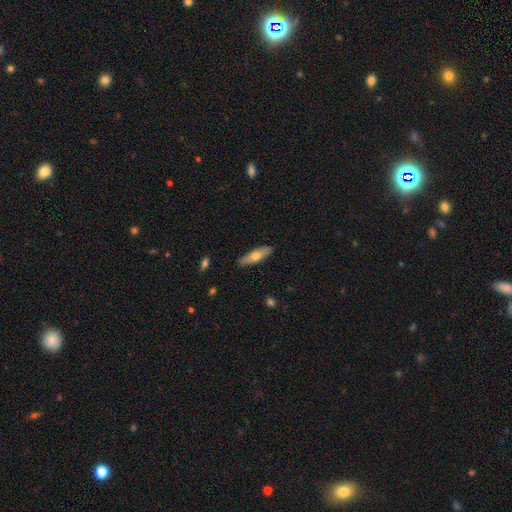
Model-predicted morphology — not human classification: Smooth or featured?
  - smooth: 57% *
  - featured or disk: 37%
  - star or artifact: 6%
How rounded?
  - cigar-shaped: 56% *
  - in between: 41%
  - round: 2%
Merging?
  - none: 88% *
  - minor disturbance: 9%
  - major disturbance: 2%
  - merger: 1%